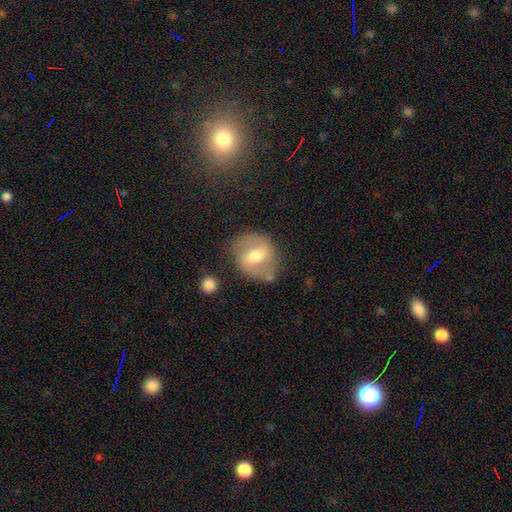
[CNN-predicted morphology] featured or disk 57%, smooth 36%, star or artifact 7%. Down the decision tree: edge-on disk — no (94%); bar — weak (45%); spiral arms — yes (61%); bulge size — moderate (71%); merging — none (70%).